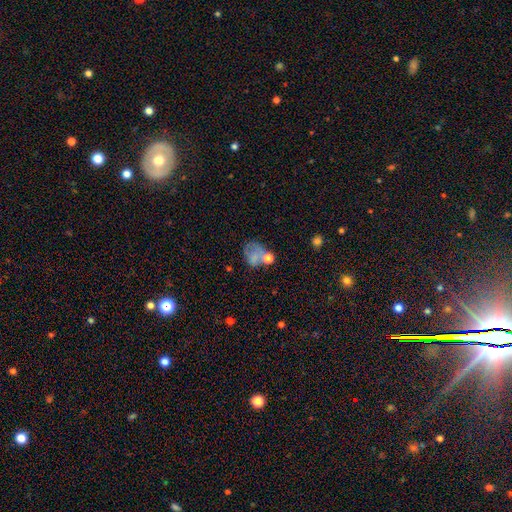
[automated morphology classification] This appears to be a smooth galaxy with no disk features (58%) that is in between round and cigar-shaped (52%). Merging: none (31%).